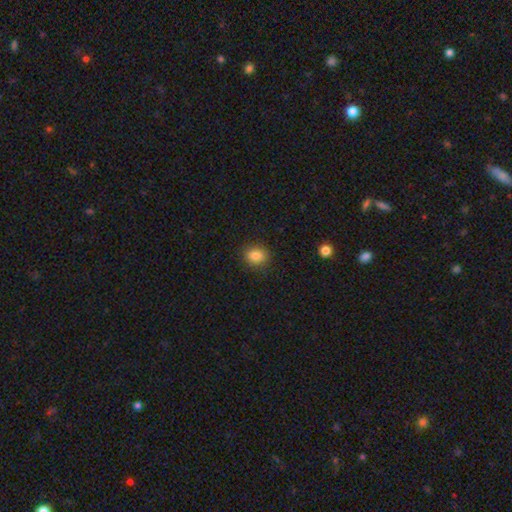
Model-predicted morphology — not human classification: smooth_or_featured: smooth (p=0.85) [alt: star or artifact p=0.10]
how_rounded: round (p=0.51) [alt: in between p=0.48]
merging: none (p=0.86) [alt: minor disturbance p=0.10]